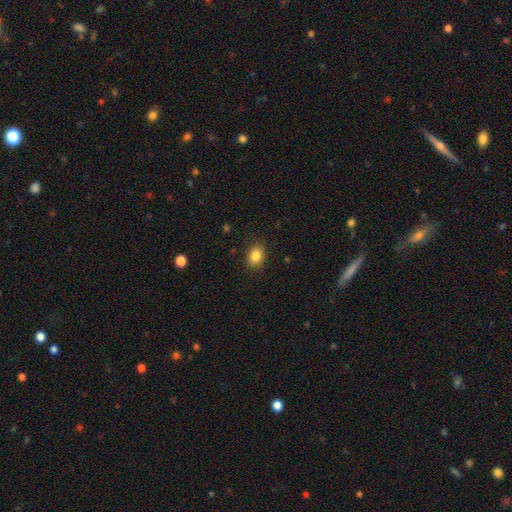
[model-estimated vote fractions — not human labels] Morphology: type=smooth (85%); roundness=in between (62%); merging=none (88%).